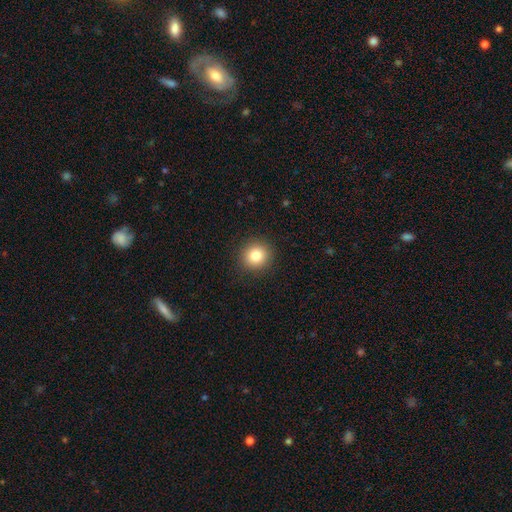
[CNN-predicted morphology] This is clearly a smooth galaxy (83%). How rounded: clearly round (91%). Merging: clearly none (91%).